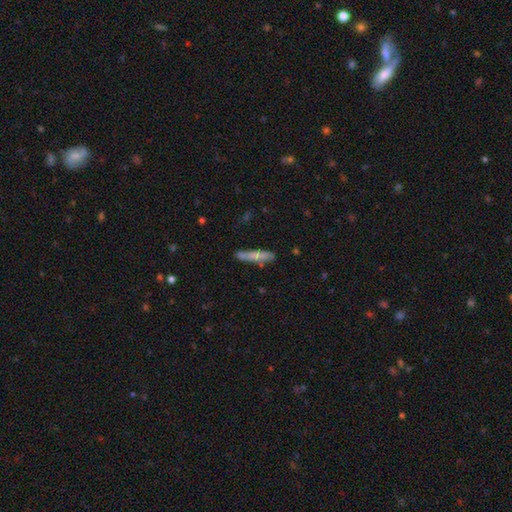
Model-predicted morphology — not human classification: type=smooth (66%); roundness=cigar-shaped (88%); merging=none (70%).